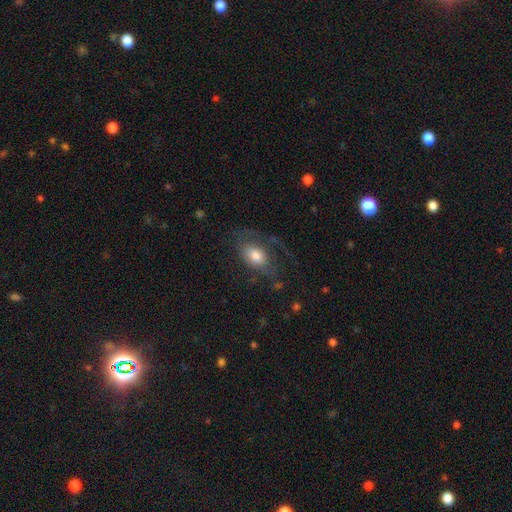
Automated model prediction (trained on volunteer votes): Smooth or featured? smooth (59%)
How rounded? in between (85%)
Merging? none (46%)